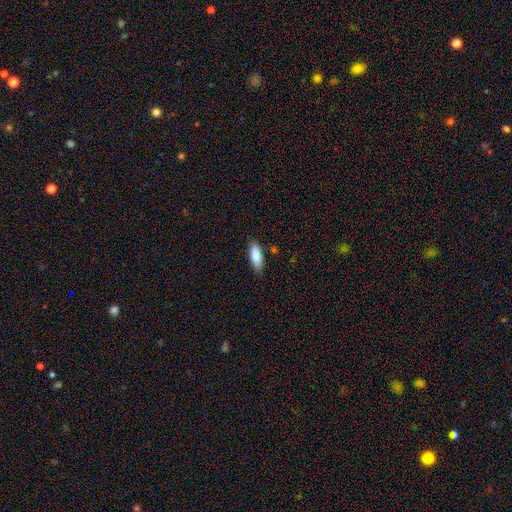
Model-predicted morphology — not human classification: A smooth galaxy with no disk features (83%) that is in between round and cigar-shaped (73%).

Vote fractions:
- Smooth or featured? smooth: 83% / featured or disk: 11% / star or artifact: 6%
- How rounded? in between: 73% / cigar-shaped: 26% / round: 2%
- Merging? none: 85% / minor disturbance: 12% / major disturbance: 2% / merger: 2%